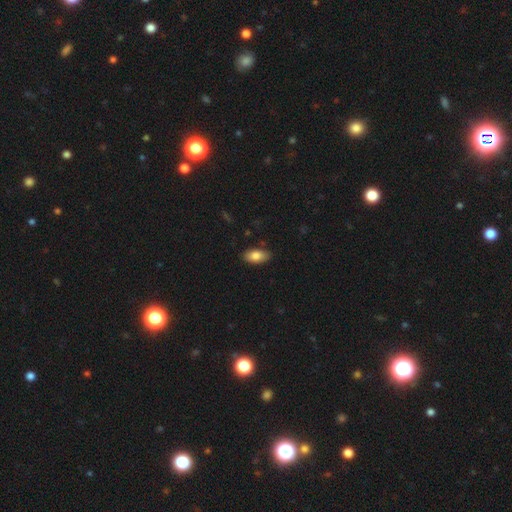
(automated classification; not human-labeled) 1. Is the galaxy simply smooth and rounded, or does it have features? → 83% smooth, 11% featured or disk, 7% star or artifact.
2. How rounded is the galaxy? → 91% in between, 6% cigar-shaped, 3% round.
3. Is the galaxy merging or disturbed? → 86% none, 11% minor disturbance, 2% major disturbance, 1% merger.